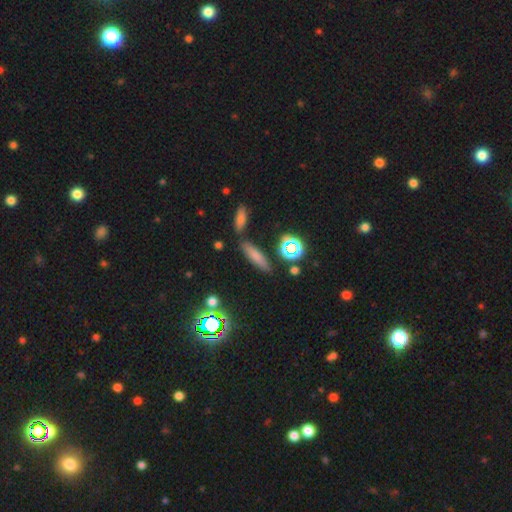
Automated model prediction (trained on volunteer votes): smooth-or-featured: smooth: 70% | star or artifact: 16% | featured or disk: 13%
  how-rounded: cigar-shaped: 65% | in between: 30% | round: 5%
  merging: none: 79% | minor disturbance: 11% | merger: 7% | major disturbance: 3%